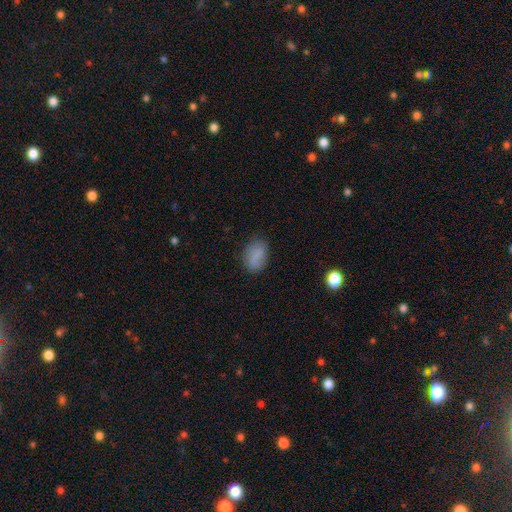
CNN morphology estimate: A smooth galaxy with no disk features (83%) that is in between round and cigar-shaped (86%). Merging: none (78%).